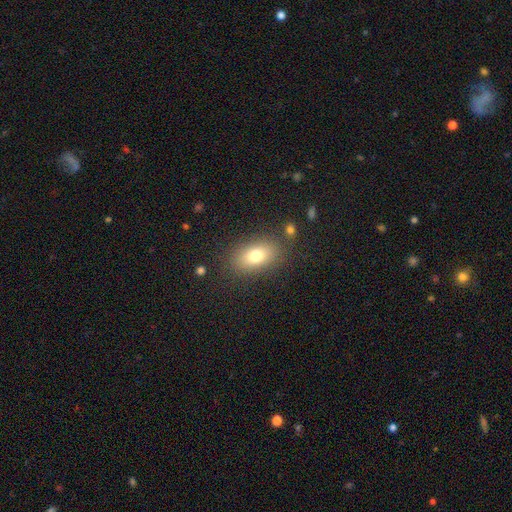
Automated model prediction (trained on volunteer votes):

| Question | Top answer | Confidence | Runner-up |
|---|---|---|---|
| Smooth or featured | smooth | 77% | featured or disk (13%) |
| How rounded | in between | 86% | round (11%) |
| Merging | none | 81% | minor disturbance (11%) |